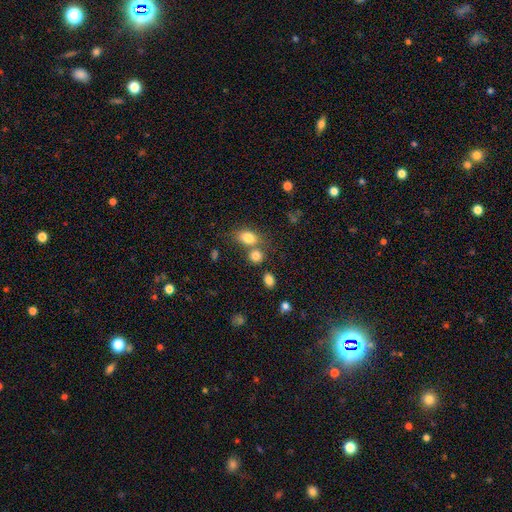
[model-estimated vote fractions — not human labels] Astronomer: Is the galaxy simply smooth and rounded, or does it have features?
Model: smooth — 81%.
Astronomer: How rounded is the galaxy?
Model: round — 51% (runner-up: in between, 48%).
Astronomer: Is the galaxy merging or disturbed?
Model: none — 54% (runner-up: merger, 32%).